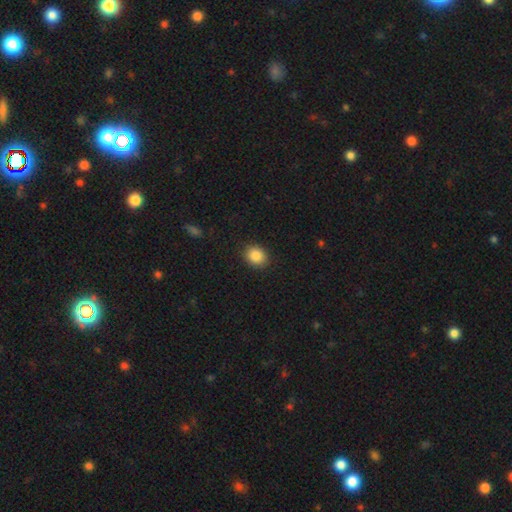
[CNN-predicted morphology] Smooth or featured? smooth (87%)
How rounded? round (59%)
Merging? none (90%)